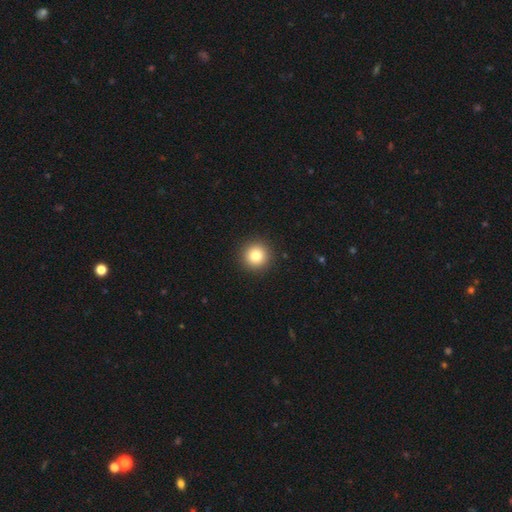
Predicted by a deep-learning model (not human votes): Smooth or featured?
  - smooth: 82% *
  - star or artifact: 10%
  - featured or disk: 8%
How rounded?
  - round: 95% *
  - in between: 4%
  - cigar-shaped: 1%
Merging?
  - none: 93% *
  - minor disturbance: 5%
  - major disturbance: 2%
  - merger: 1%